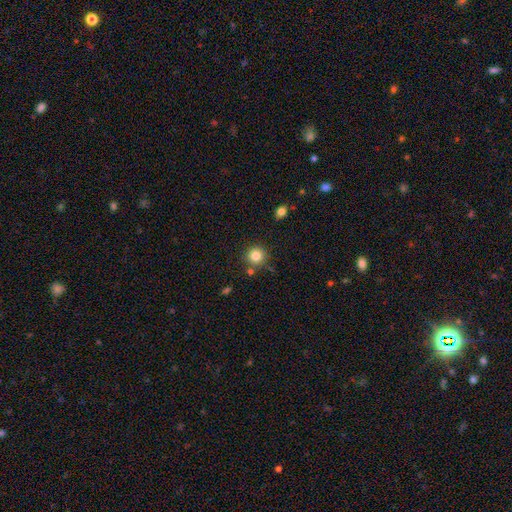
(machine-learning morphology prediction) smooth 84%, star or artifact 11%, featured or disk 5%. Down the decision tree: how rounded — round (94%); merging — none (83%).